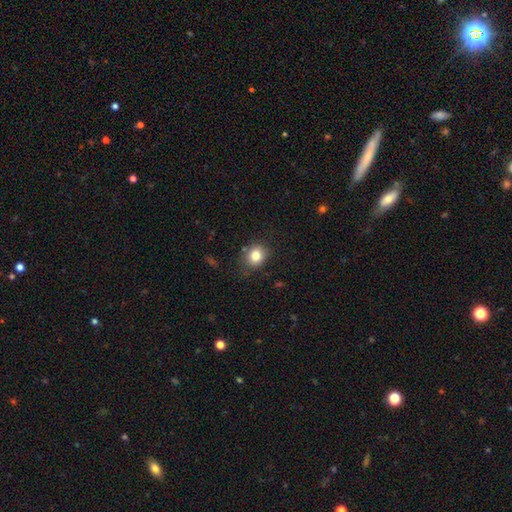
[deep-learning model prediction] Morphology: type=smooth (81%); roundness=round (64%); merging=none (79%).